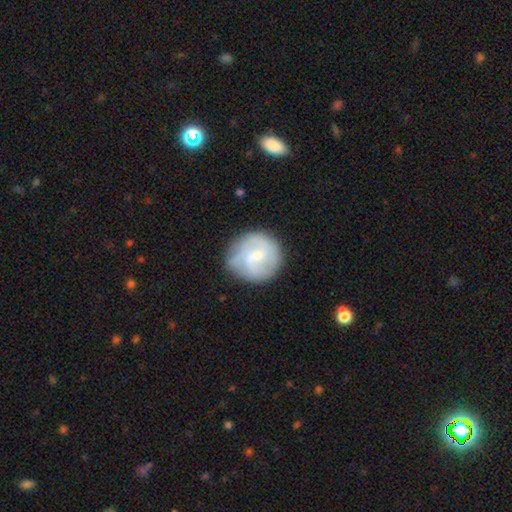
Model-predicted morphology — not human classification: This is possibly a featured or disk galaxy (59%). It is clearly not viewed edge-on (98%). Bar: possibly no (47%). Spiral arm pattern: clearly yes (82%). Central bulge: possibly small (58%). Merging: likely none (72%).